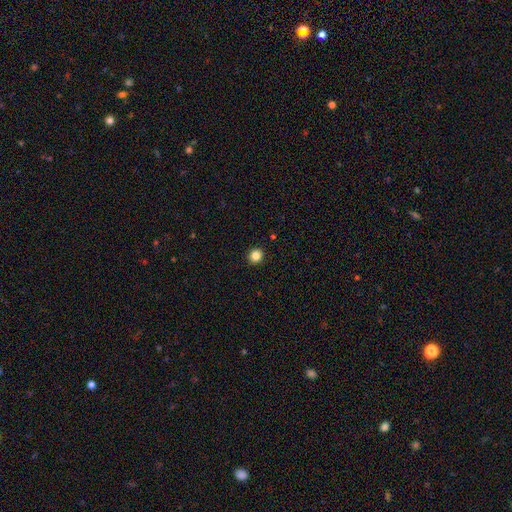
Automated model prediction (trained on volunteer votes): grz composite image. It shows a smooth galaxy with no disk features (84%) that is round (89%). Merging: none (93%).